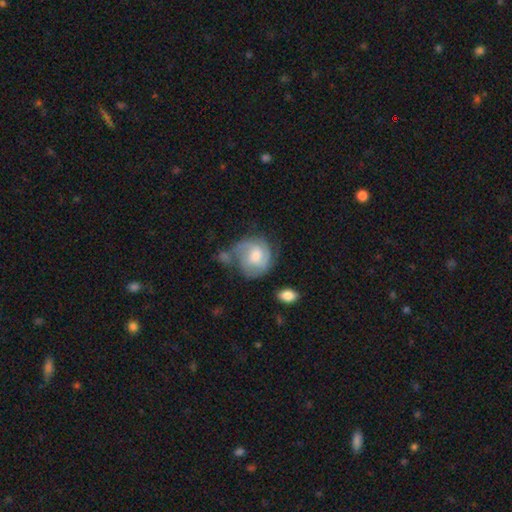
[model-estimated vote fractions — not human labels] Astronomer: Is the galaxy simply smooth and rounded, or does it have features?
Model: featured or disk — 57% (runner-up: smooth, 35%).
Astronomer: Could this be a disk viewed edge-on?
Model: no — 97%.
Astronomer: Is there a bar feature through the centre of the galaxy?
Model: no — 54% (runner-up: weak, 40%).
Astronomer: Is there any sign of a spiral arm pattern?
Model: yes — 83%.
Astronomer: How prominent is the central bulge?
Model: moderate — 63%.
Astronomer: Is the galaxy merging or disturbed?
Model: none — 48% (runner-up: minor disturbance, 25%).